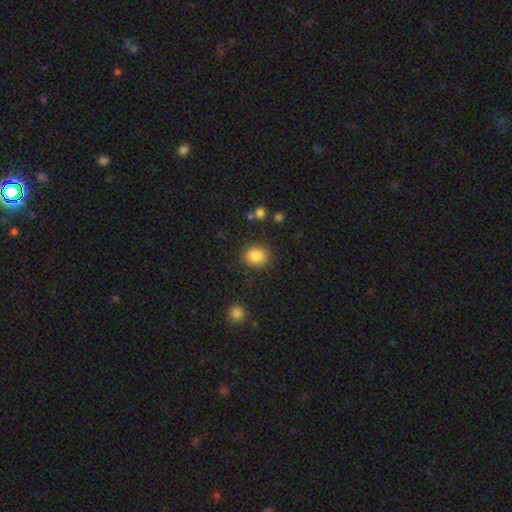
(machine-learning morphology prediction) Smooth or featured: smooth — 86% (star or artifact — 9%)
How rounded: round — 68% (in between — 31%)
Merging: none — 86% (minor disturbance — 9%)